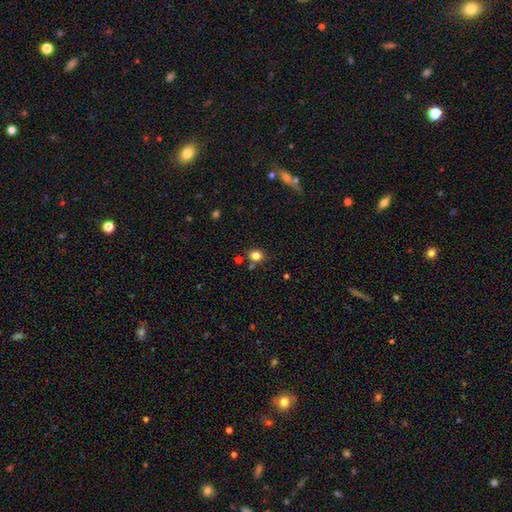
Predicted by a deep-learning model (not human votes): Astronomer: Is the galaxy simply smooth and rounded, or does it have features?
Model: smooth — 82%.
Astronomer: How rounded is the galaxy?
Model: round — 75%.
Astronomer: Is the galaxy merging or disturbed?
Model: none — 77%.